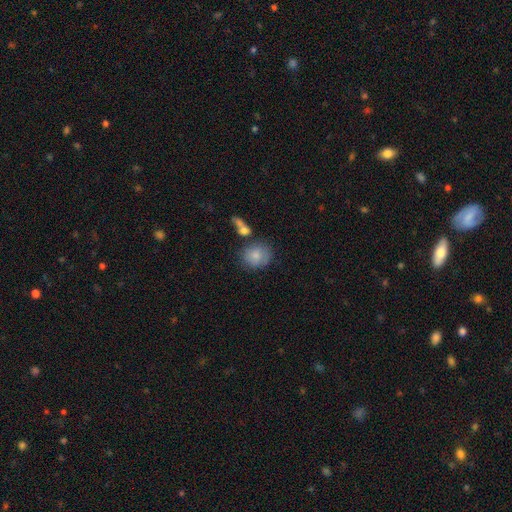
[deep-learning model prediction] Smooth or featured?
  - smooth: 78% *
  - featured or disk: 14%
  - star or artifact: 7%
How rounded?
  - round: 72% *
  - in between: 27%
  - cigar-shaped: 1%
Merging?
  - none: 61% *
  - minor disturbance: 19%
  - merger: 13%
  - major disturbance: 6%